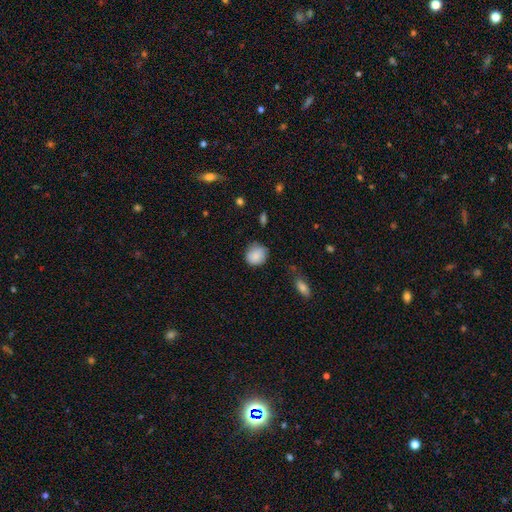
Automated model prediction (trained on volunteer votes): This is clearly a smooth galaxy (86%). How rounded: likely round (76%). Merging: likely none (69%).